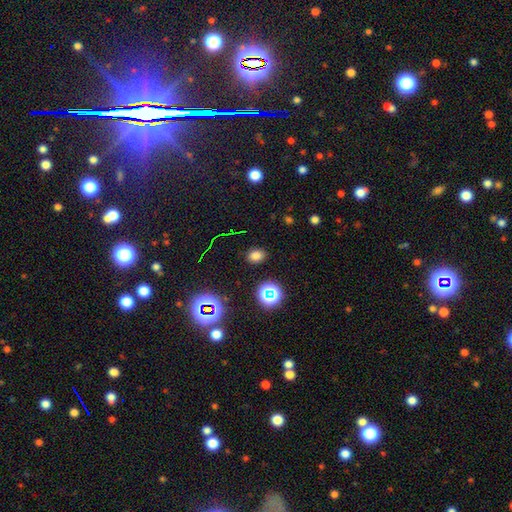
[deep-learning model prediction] smooth_or_featured: smooth (p=0.72) [alt: star or artifact p=0.22]
how_rounded: in between (p=0.55) [alt: round p=0.44]
merging: none (p=0.87) [alt: minor disturbance p=0.09]